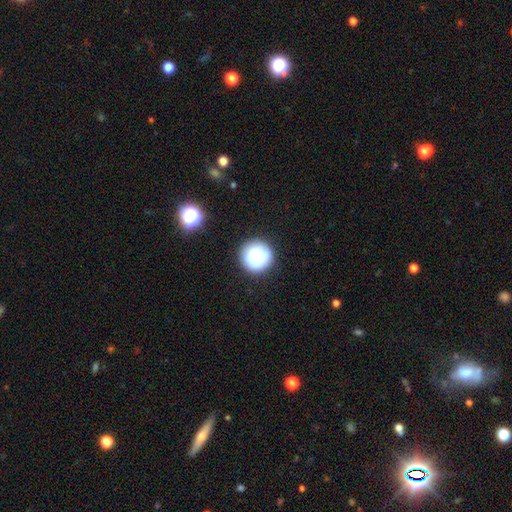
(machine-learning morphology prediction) type=smooth (78%); roundness=round (95%); merging=none (87%).